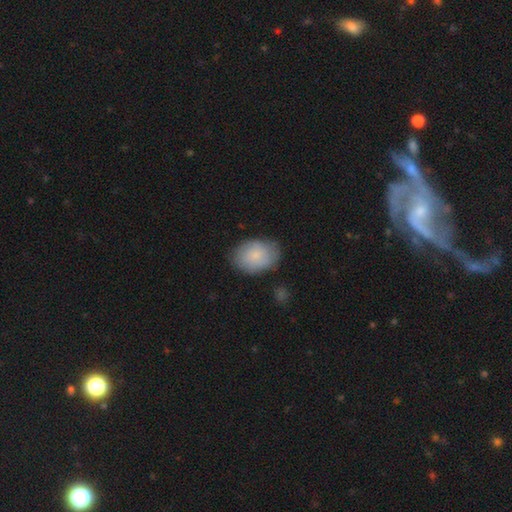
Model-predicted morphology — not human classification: This is clearly a smooth galaxy (81%). How rounded: likely in between (78%). Merging: likely none (76%).